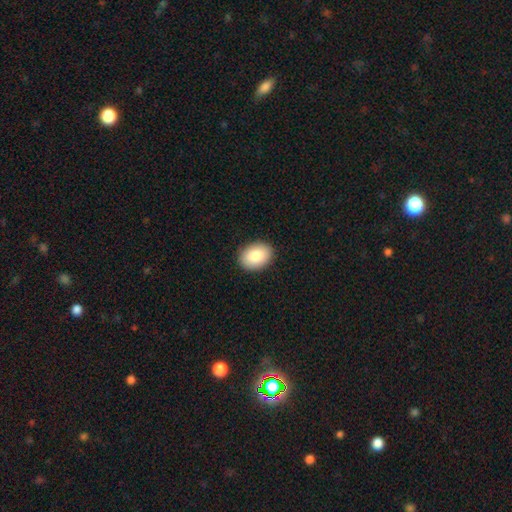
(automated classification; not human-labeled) smooth 86%, featured or disk 7%, star or artifact 7%. Down the decision tree: how rounded — in between (75%); merging — none (90%).